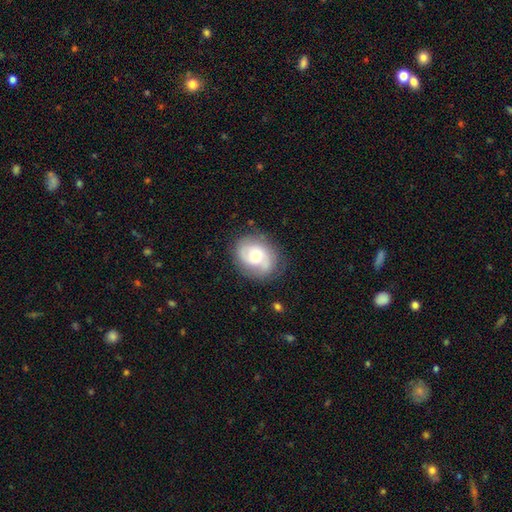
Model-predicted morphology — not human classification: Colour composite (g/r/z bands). It shows a featured or disk galaxy (61%) with no bar (63%), 2 (67%) medium (42%) spiral arms (86%) and a moderate central bulge (65%). Merging: none (76%).